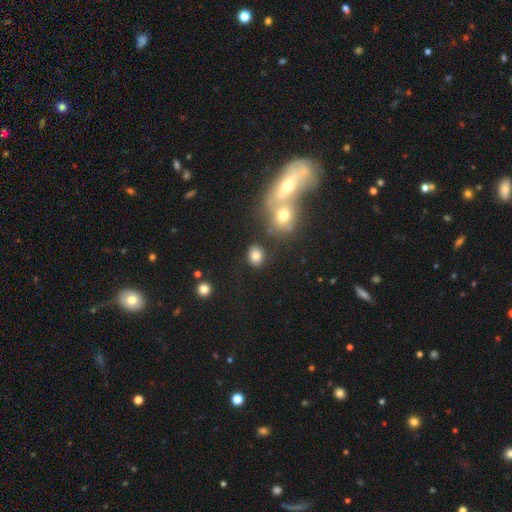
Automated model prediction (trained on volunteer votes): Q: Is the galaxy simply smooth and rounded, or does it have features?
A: smooth — 81%.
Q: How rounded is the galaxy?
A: round — 52%.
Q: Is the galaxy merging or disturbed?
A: none — 77%.